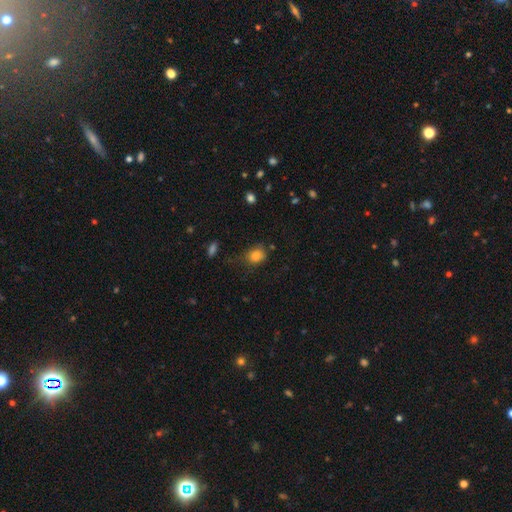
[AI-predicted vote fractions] Q: Smooth or featured?
A: smooth (82%); runner-up: star or artifact (11%)
Q: How rounded?
A: round (50%); runner-up: in between (49%)
Q: Merging?
A: none (62%); runner-up: minor disturbance (26%)